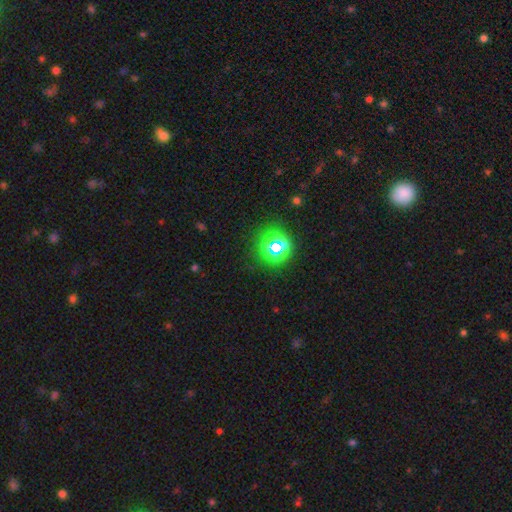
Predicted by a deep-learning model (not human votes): Overall: star or artifact (52%; smooth 42%).